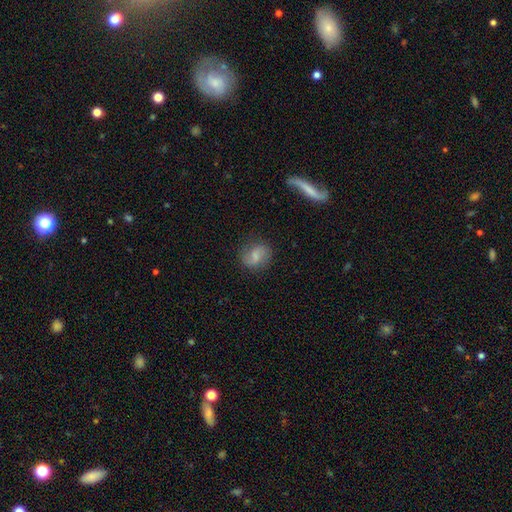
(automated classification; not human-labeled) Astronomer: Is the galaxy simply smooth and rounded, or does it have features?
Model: smooth — 51% (runner-up: featured or disk, 40%).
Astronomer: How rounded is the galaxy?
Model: round — 61% (runner-up: in between, 37%).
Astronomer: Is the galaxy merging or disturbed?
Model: none — 77%.